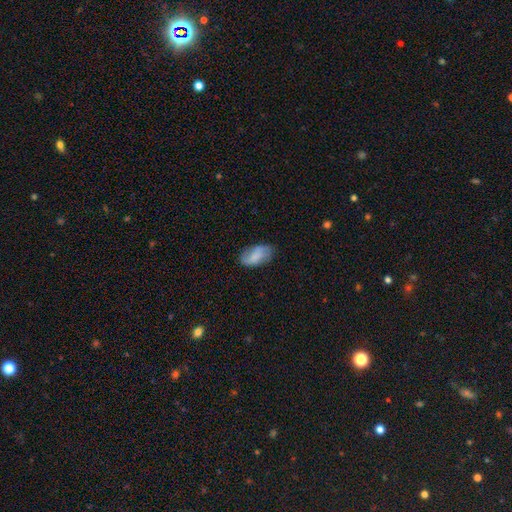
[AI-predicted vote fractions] Smooth or featured? Predicted: smooth (p=0.70). How rounded? Predicted: in between (p=0.93). Merging? Predicted: none (p=0.73).